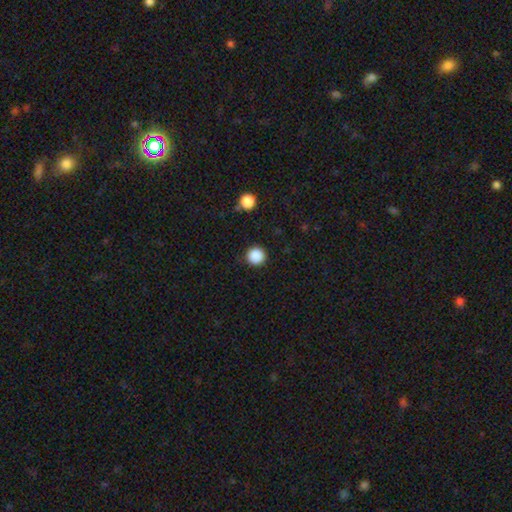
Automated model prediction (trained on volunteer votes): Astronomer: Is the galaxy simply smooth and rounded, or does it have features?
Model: smooth — 88%.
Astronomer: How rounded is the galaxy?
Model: round — 96%.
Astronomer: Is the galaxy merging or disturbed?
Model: none — 92%.